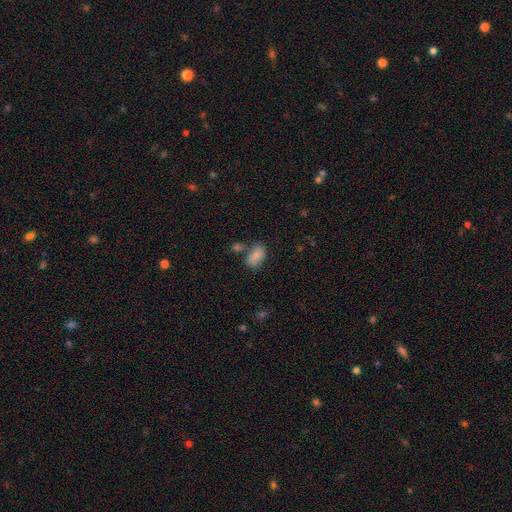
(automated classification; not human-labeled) Overall: smooth (82%). How rounded: in between (90%). Merging: none (62%).